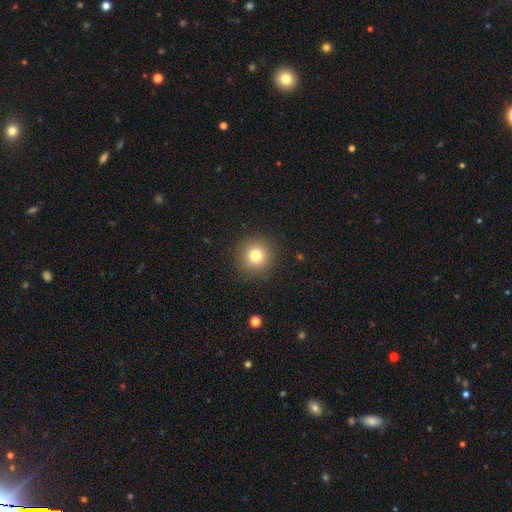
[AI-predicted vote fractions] Smooth or featured?
  - smooth: 79% *
  - star or artifact: 12%
  - featured or disk: 9%
How rounded?
  - round: 94% *
  - in between: 5%
  - cigar-shaped: 1%
Merging?
  - none: 90% *
  - minor disturbance: 6%
  - major disturbance: 3%
  - merger: 1%